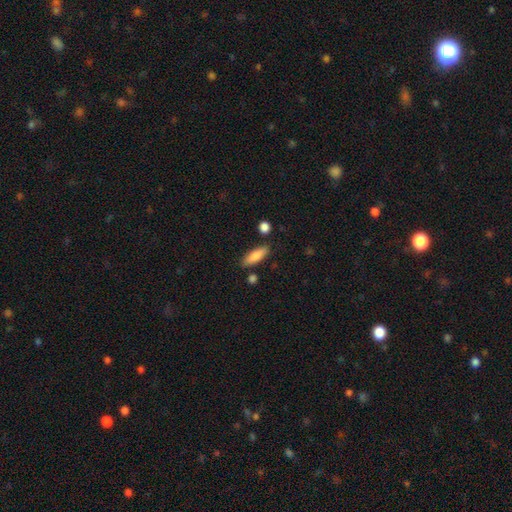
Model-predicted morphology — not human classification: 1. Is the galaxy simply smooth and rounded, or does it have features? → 83% smooth, 11% featured or disk, 6% star or artifact.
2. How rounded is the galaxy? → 54% in between, 44% cigar-shaped, 2% round.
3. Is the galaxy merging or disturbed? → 82% none, 11% minor disturbance, 4% merger, 3% major disturbance.